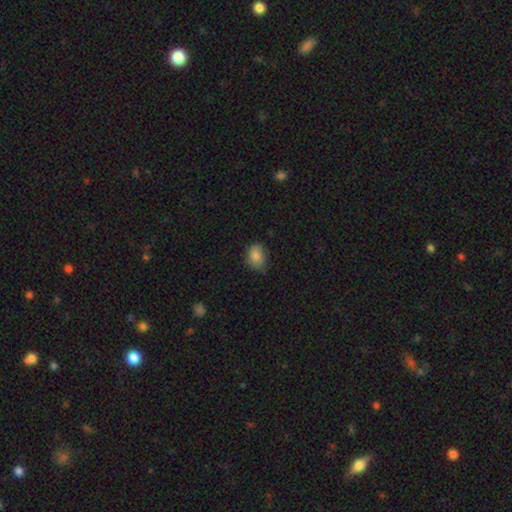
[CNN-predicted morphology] Overall: smooth (84%). How rounded: in between (64%; round 35%). Merging: none (70%).